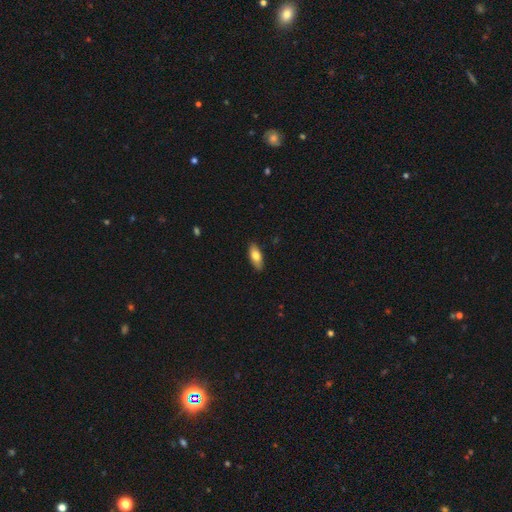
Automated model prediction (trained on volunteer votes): This appears to be a smooth galaxy with no disk features (75%) that is in between round and cigar-shaped (80%). Merging: none (88%).